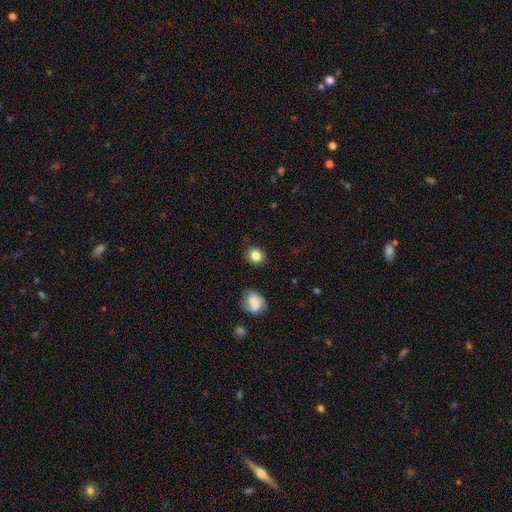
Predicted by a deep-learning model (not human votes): Smooth or featured?
  - smooth: 84% *
  - star or artifact: 10%
  - featured or disk: 6%
How rounded?
  - round: 78% *
  - in between: 21%
  - cigar-shaped: 1%
Merging?
  - none: 86% *
  - minor disturbance: 9%
  - major disturbance: 3%
  - merger: 2%